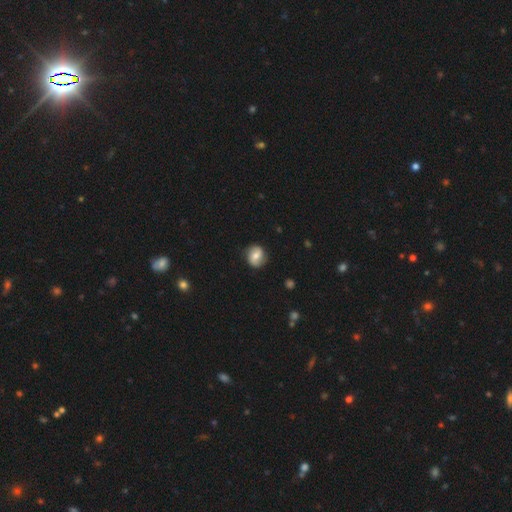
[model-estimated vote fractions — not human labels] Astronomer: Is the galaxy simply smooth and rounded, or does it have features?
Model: smooth — 52% (runner-up: featured or disk, 41%).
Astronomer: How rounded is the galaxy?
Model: round — 72%.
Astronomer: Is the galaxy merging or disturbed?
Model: none — 84%.